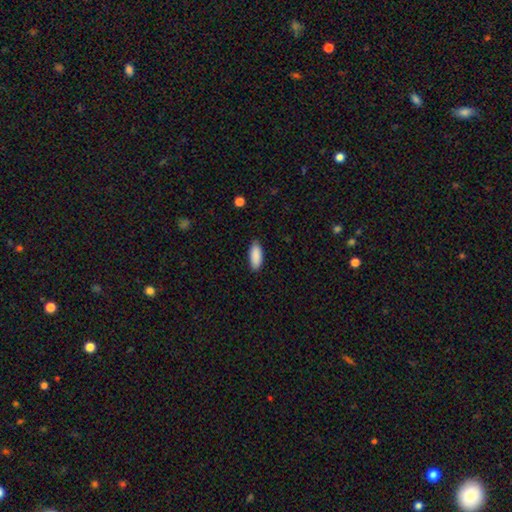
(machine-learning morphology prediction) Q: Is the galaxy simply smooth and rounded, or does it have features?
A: smooth — 90%.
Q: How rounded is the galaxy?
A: in between — 84%.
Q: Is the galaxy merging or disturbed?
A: none — 86%.